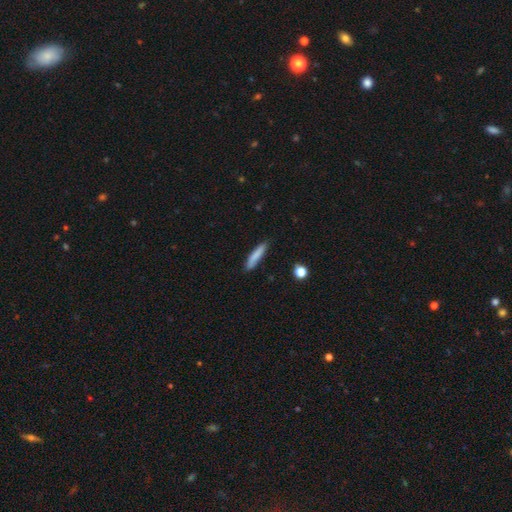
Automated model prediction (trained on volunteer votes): Morphology: type=smooth (81%); roundness=cigar-shaped (87%); merging=none (84%).